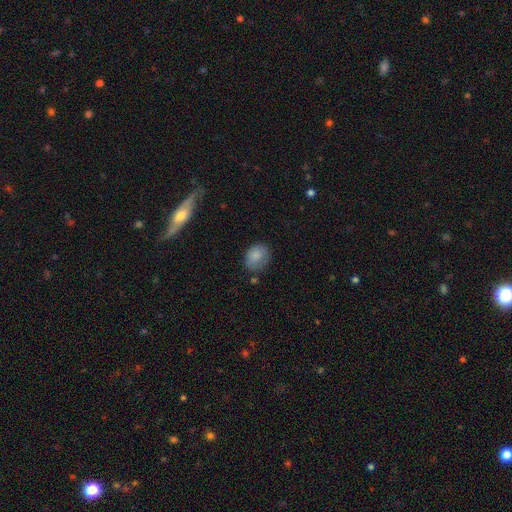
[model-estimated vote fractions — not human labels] smooth-or-featured: smooth: 82% | featured or disk: 10% | star or artifact: 8%
  how-rounded: in between: 57% | round: 42% | cigar-shaped: 1%
  merging: none: 64% | minor disturbance: 25% | major disturbance: 7% | merger: 3%